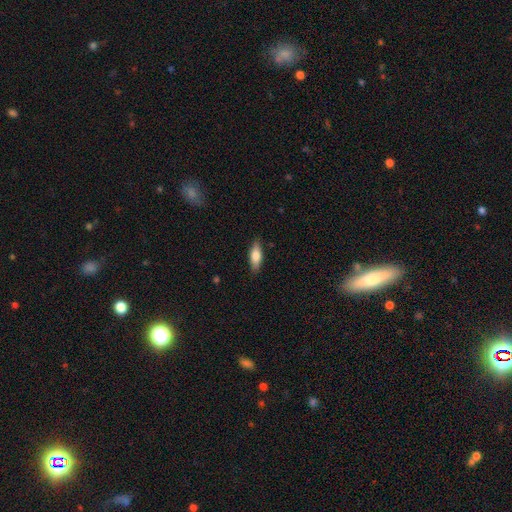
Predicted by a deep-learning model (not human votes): Smooth or featured? Predicted: smooth (p=0.76). How rounded? Predicted: in between (p=0.65). Merging? Predicted: none (p=0.85).